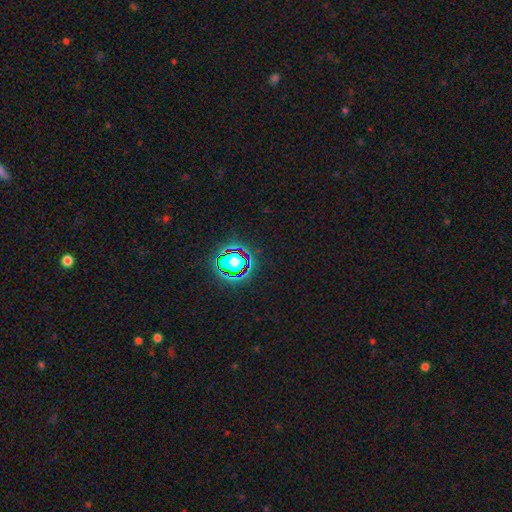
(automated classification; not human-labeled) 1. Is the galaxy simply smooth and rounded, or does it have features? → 82% star or artifact, 11% smooth, 7% featured or disk.